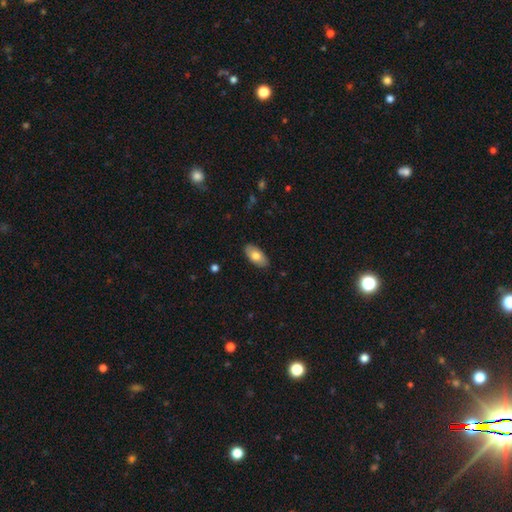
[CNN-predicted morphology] A smooth galaxy with no disk features (76%) that is in between round and cigar-shaped (92%). Merging: none (87%).